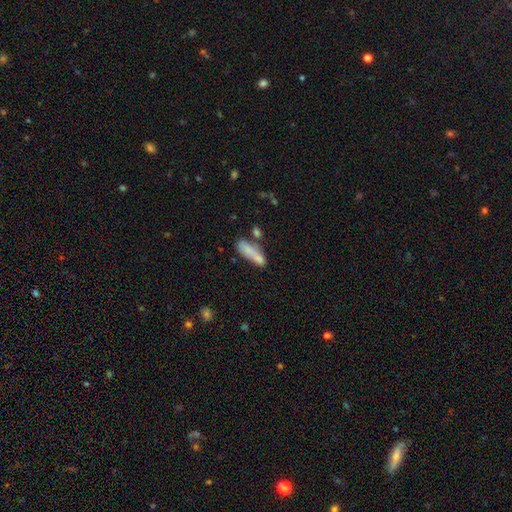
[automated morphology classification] Smooth or featured: smooth — 75% (featured or disk — 17%)
How rounded: cigar-shaped — 49% (in between — 48%)
Merging: none — 43% (merger — 26%)